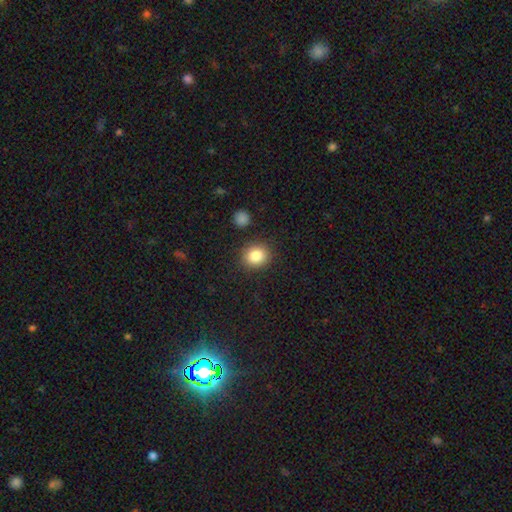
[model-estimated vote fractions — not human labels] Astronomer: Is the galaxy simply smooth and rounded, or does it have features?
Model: smooth — 85%.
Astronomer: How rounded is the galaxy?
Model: round — 76%.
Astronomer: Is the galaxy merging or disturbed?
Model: none — 87%.